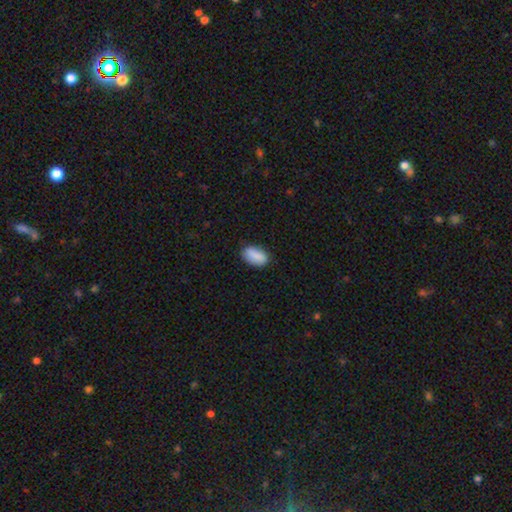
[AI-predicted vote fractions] smooth_or_featured: smooth (p=0.88) [alt: star or artifact p=0.07]
how_rounded: in between (p=0.92) [alt: round p=0.05]
merging: none (p=0.79) [alt: minor disturbance p=0.17]